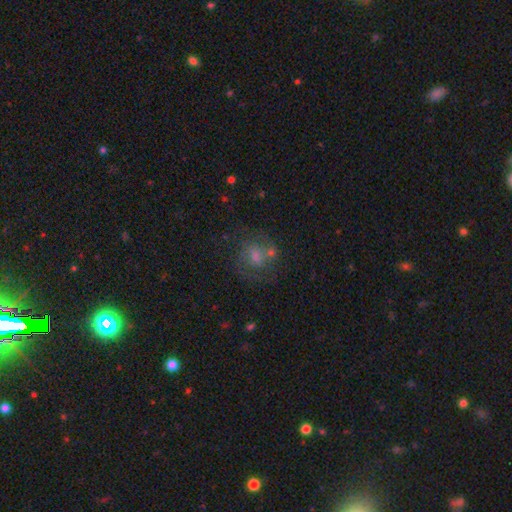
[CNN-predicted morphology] Smooth or featured? featured or disk (49%)
Merging? none (59%)